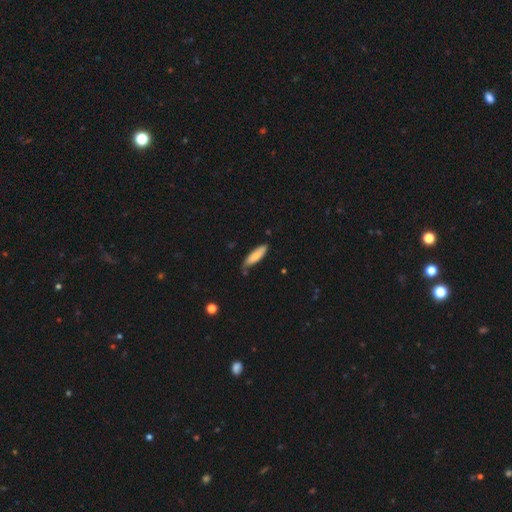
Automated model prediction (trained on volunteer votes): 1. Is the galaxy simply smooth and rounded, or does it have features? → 80% smooth, 14% featured or disk, 6% star or artifact.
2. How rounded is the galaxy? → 60% cigar-shaped, 38% in between, 1% round.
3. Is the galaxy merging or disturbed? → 70% none, 23% minor disturbance, 3% major disturbance, 3% merger.